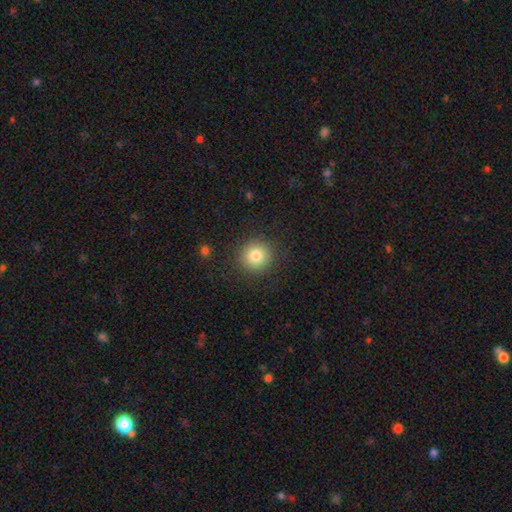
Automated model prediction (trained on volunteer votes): smooth-or-featured: smooth: 82% | star or artifact: 11% | featured or disk: 8%
  how-rounded: round: 92% | in between: 7% | cigar-shaped: 1%
  merging: none: 89% | minor disturbance: 7% | major disturbance: 3% | merger: 1%